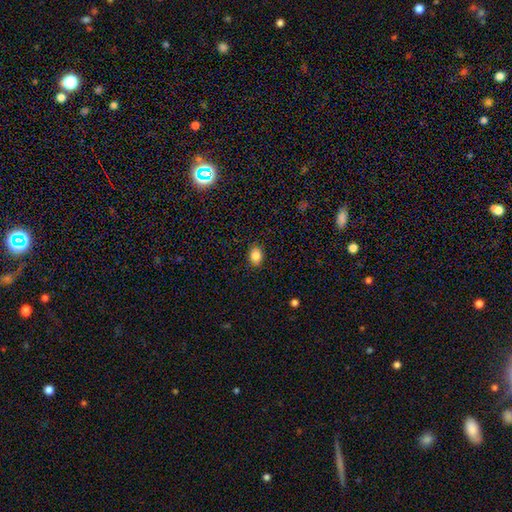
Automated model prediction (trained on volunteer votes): Q: Smooth or featured?
A: smooth (86%); runner-up: star or artifact (10%)
Q: How rounded?
A: in between (68%); runner-up: round (31%)
Q: Merging?
A: none (88%); runner-up: minor disturbance (9%)